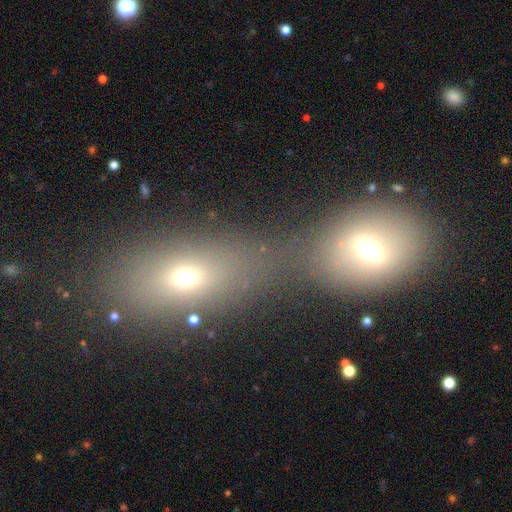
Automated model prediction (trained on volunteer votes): Smooth or featured? smooth (55%)
How rounded? in between (62%)
Merging? merger (53%)